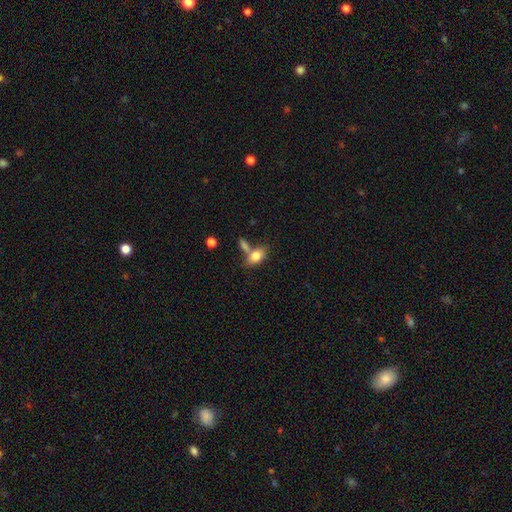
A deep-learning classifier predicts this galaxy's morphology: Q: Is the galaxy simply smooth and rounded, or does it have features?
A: smooth — 79%.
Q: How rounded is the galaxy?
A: in between — 85%.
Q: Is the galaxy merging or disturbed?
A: none — 50%.